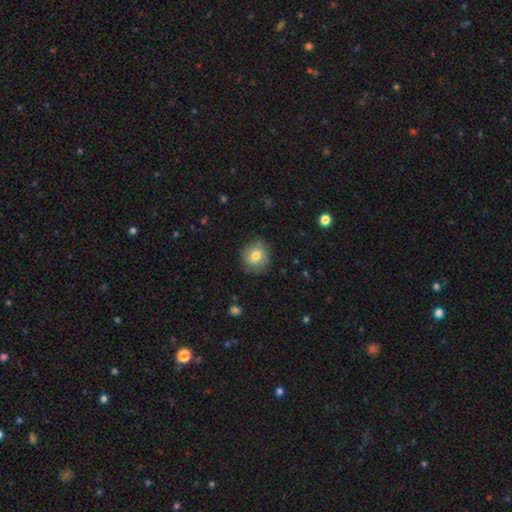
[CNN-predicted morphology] This appears to be a smooth galaxy with no disk features (75%) that is round (83%). Merging: none (81%).